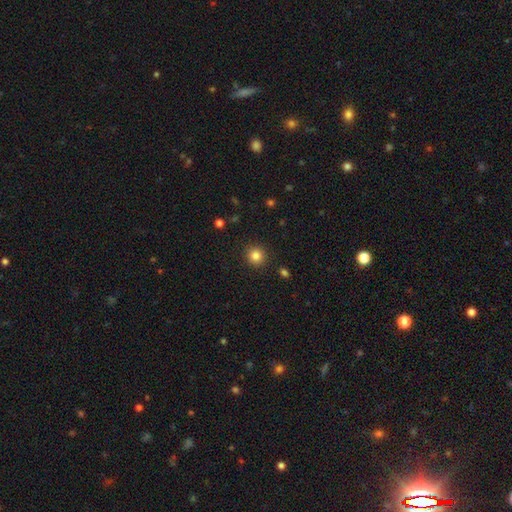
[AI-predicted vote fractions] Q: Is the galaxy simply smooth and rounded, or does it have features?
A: smooth — 84%.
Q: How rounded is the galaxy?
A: round — 92%.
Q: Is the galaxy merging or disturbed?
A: none — 91%.